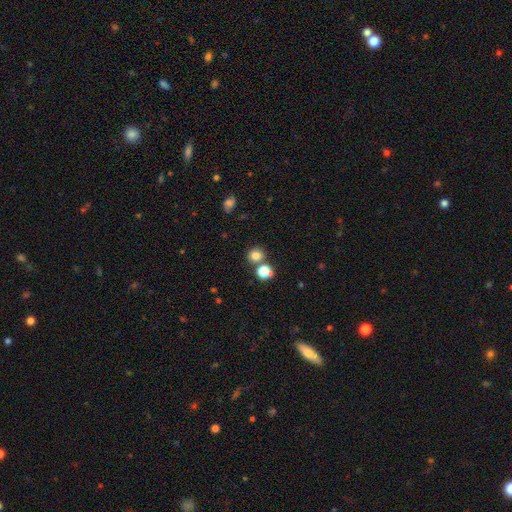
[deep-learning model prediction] smooth 77%, star or artifact 16%, featured or disk 7%. Down the decision tree: how rounded — round (86%); merging — none (70%).